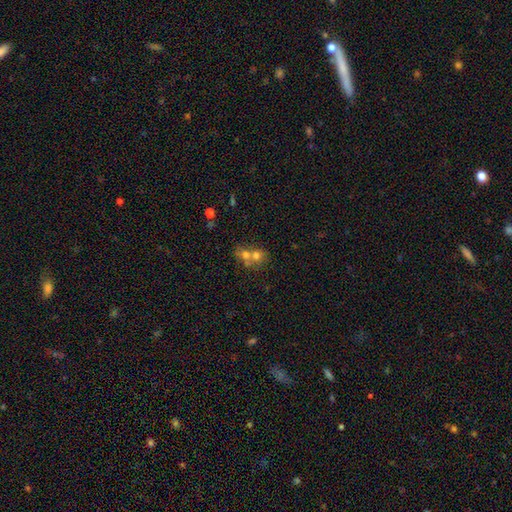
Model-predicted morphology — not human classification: Overall: smooth (63%). How rounded: round (70%). Merging: merger (63%; none 28%).